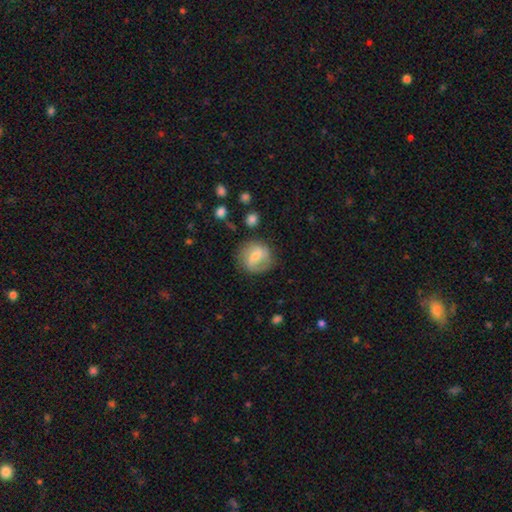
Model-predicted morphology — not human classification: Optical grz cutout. It shows a featured or disk galaxy (50%). Merging: none (71%).